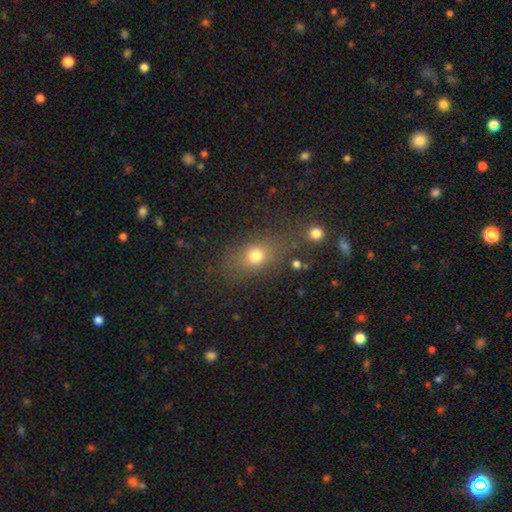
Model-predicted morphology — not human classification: type=smooth (72%); roundness=in between (51%); merging=none (63%).